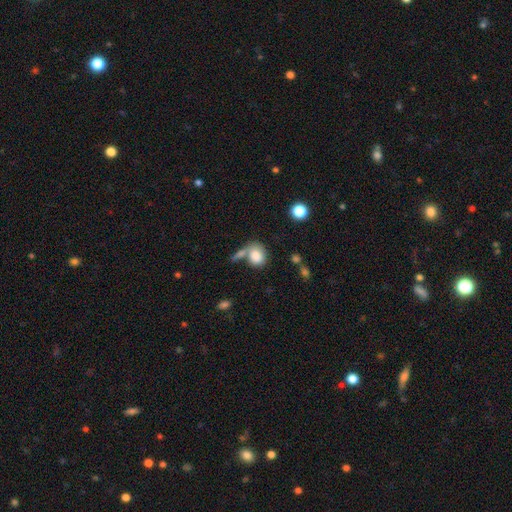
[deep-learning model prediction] Morphology: type=smooth (83%); roundness=round (50%); merging=none (41%).